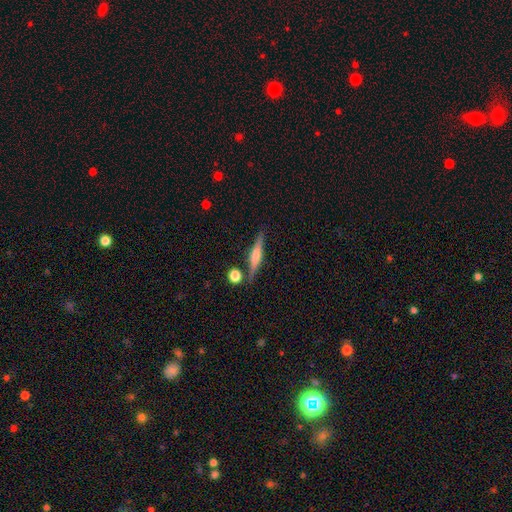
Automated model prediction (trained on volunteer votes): A featured or disk galaxy (66%) viewed edge-on (97%) with a rounded central bulge (78%).

Vote fractions:
- Smooth or featured? featured or disk: 66% / smooth: 27% / star or artifact: 7%
- Edge-on disk? yes: 97% / no: 3%
- Edge-on bulge? rounded: 78% / boxy: 14% / none: 8%
- Merging? none: 83% / minor disturbance: 9% / merger: 6% / major disturbance: 2%